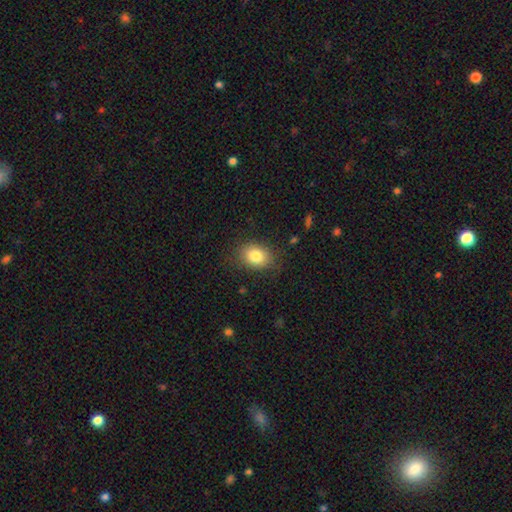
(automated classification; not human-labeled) Smooth or featured? Predicted: smooth (p=0.82). How rounded? Predicted: in between (p=0.63). Merging? Predicted: none (p=0.83).